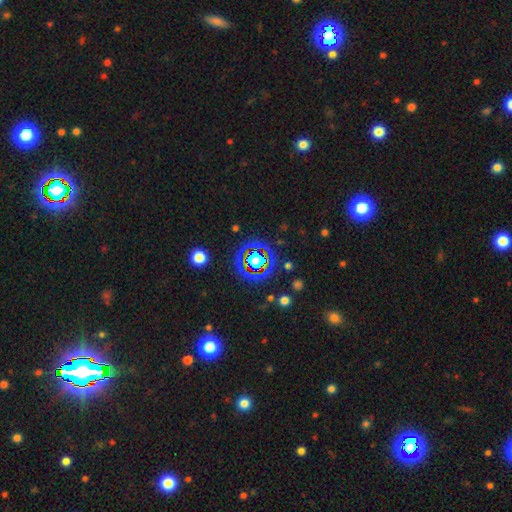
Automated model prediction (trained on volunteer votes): The model was most divided on "smooth or featured": star or artifact: 77%, smooth: 14%, featured or disk: 9%.